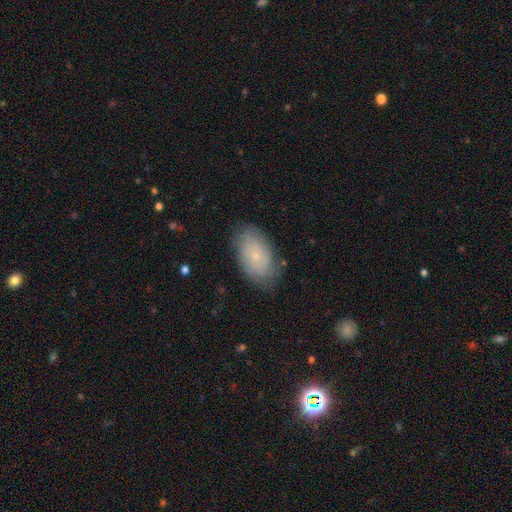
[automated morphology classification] This is possibly a smooth galaxy (52%). How rounded: clearly in between (92%). Merging: likely none (77%).